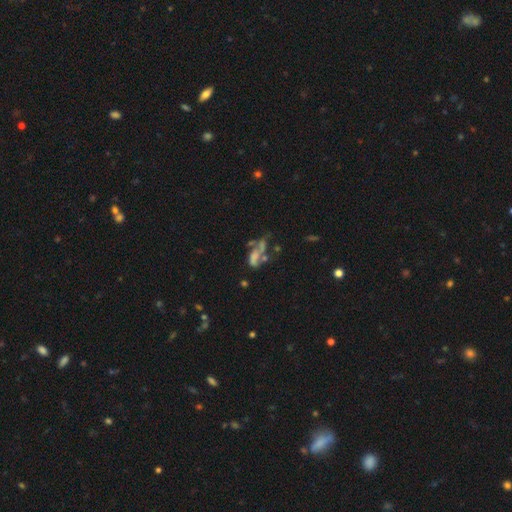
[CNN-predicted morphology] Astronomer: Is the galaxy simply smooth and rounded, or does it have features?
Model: featured or disk — 46% (runner-up: smooth, 38%).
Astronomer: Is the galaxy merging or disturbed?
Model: merger — 35% (runner-up: major disturbance, 31%).